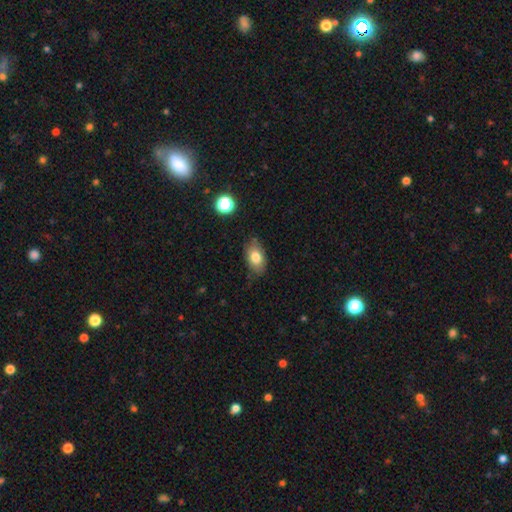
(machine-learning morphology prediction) Smooth or featured? Predicted: smooth (p=0.77). How rounded? Predicted: in between (p=0.88). Merging? Predicted: none (p=0.75).